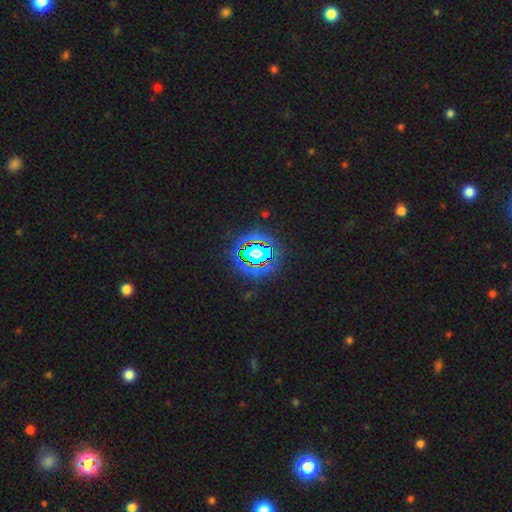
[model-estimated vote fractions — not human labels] star or artifact 81%, smooth 11%, featured or disk 7%.